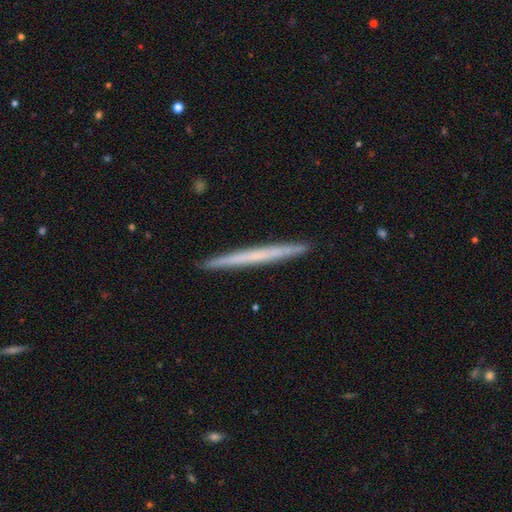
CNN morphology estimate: Overall: smooth (49%; featured or disk 45%). Merging: none (93%).